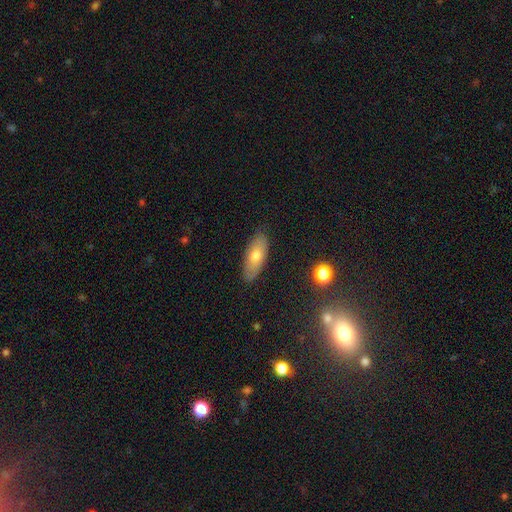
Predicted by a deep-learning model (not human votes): This is likely a smooth galaxy (67%). How rounded: likely in between (78%). Merging: clearly none (84%).